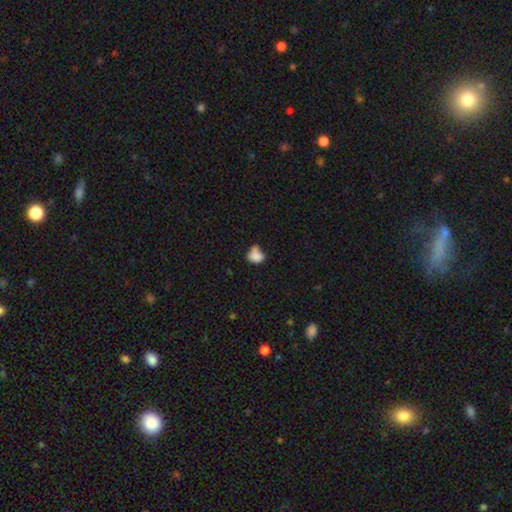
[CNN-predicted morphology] This is clearly a smooth galaxy (81%). How rounded: possibly in between (54%). Merging: marginally none (34%).